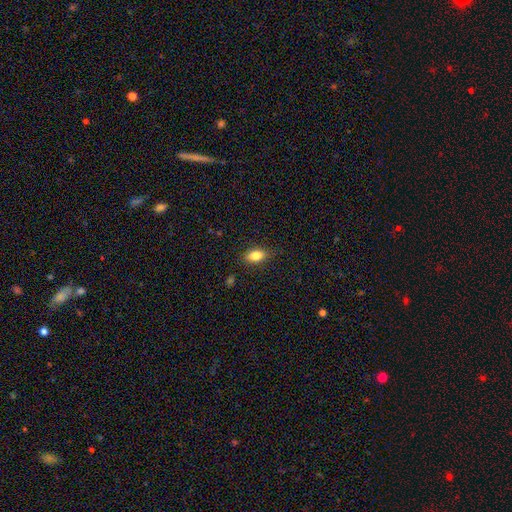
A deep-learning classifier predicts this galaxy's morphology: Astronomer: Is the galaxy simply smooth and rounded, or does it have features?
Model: smooth — 81%.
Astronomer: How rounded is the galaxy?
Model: in between — 84%.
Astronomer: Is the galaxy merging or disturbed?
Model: none — 84%.